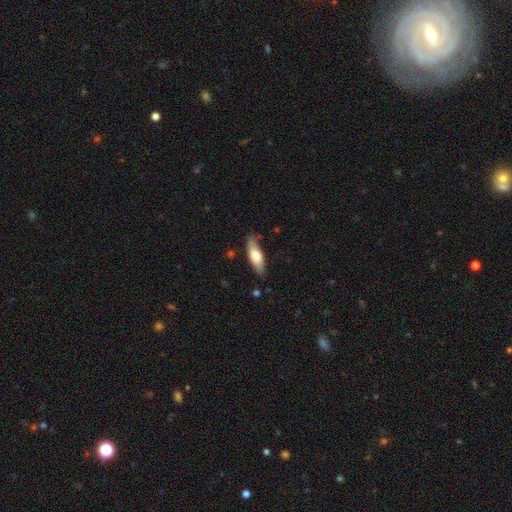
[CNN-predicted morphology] smooth-or-featured: smooth: 70% | featured or disk: 25% | star or artifact: 5%
  how-rounded: in between: 53% | cigar-shaped: 45% | round: 2%
  merging: none: 75% | minor disturbance: 19% | major disturbance: 4% | merger: 2%